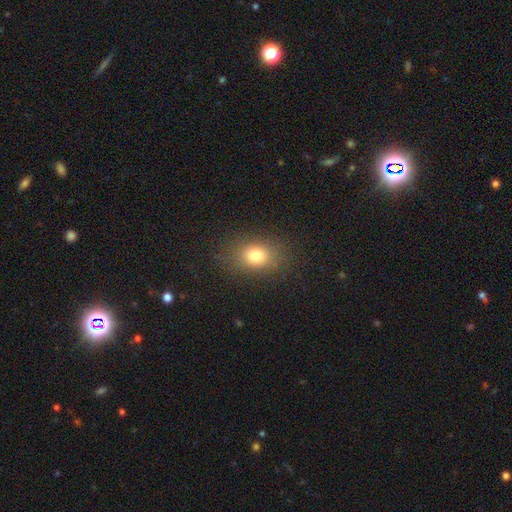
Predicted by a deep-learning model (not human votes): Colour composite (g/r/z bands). It shows a smooth galaxy with no disk features (79%) that is in between round and cigar-shaped (62%). Merging: none (85%).